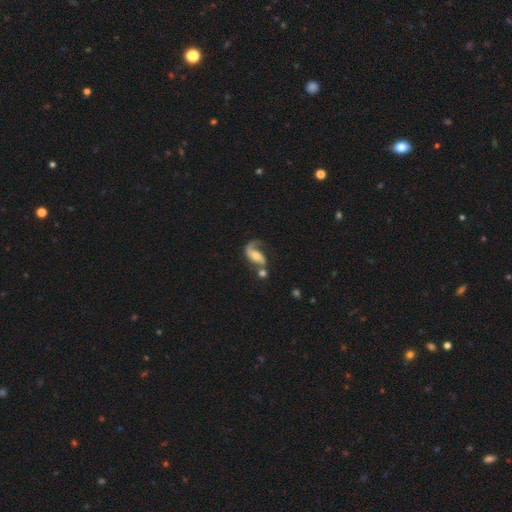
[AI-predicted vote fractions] A featured or disk galaxy (75%) with no bar (50%), 1 (49%) loose (57%) spiral arms (91%) and a moderate central bulge (45%).

Vote fractions:
- Smooth or featured? featured or disk: 75% / smooth: 19% / star or artifact: 7%
- Edge-on disk? no: 96% / yes: 4%
- Bar? no: 50% / weak: 33% / strong: 17%
- Spiral arms? yes: 91% / no: 9%
- Spiral winding? loose: 57% / medium: 32% / tight: 11%
- Spiral arm count? 1: 49% / 2: 46% / can't tell: 3% / 3: 1% / 4: 1% / more than 4: 1%
- Bulge size? moderate: 45% / small: 35% / large: 10% / none: 8% / dominant: 2%
- Merging? none: 33% / major disturbance: 26% / merger: 25% / minor disturbance: 16%